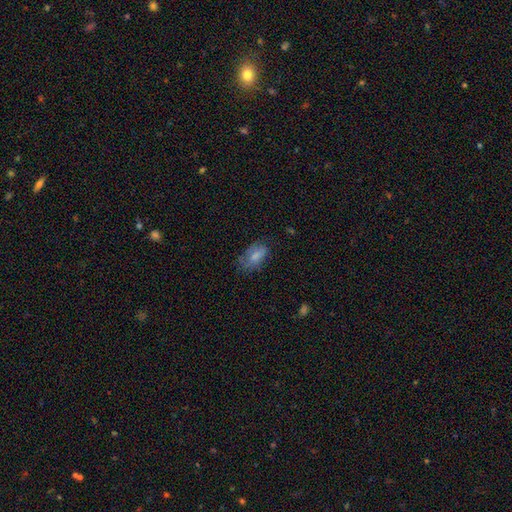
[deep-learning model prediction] smooth_or_featured: smooth (p=0.70) [alt: featured or disk p=0.22]
how_rounded: in between (p=0.90) [alt: round p=0.06]
merging: none (p=0.55) [alt: minor disturbance p=0.29]